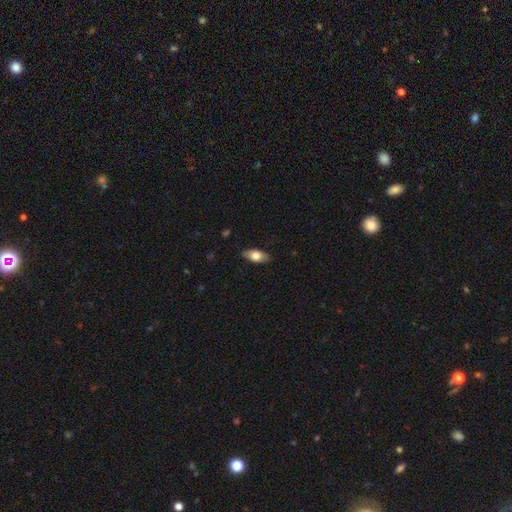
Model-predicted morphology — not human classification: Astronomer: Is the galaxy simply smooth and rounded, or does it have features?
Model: smooth — 74%.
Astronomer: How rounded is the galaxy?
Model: in between — 88%.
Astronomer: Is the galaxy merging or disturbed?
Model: none — 86%.